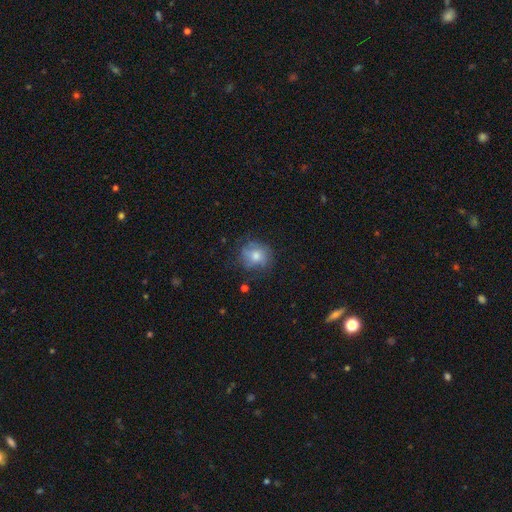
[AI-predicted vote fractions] smooth_or_featured: smooth (p=0.58) [alt: featured or disk p=0.30]
how_rounded: round (p=0.80) [alt: in between p=0.19]
merging: none (p=0.69) [alt: minor disturbance p=0.20]